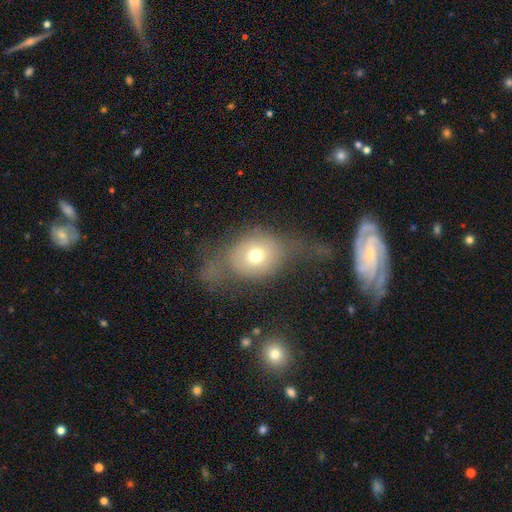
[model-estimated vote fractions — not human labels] Q: Smooth or featured?
A: smooth (59%); runner-up: featured or disk (30%)
Q: How rounded?
A: round (50%); runner-up: in between (47%)
Q: Merging?
A: major disturbance (43%); runner-up: none (31%)